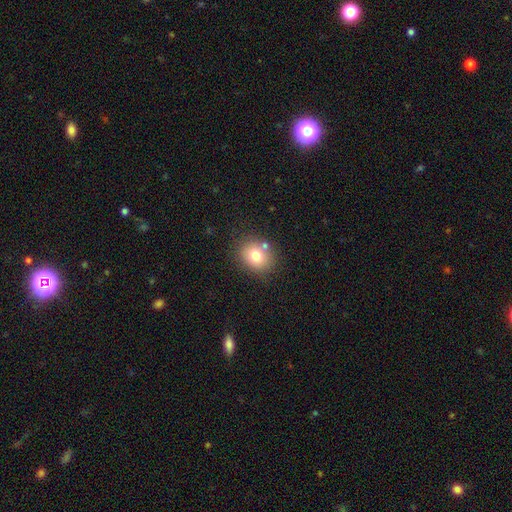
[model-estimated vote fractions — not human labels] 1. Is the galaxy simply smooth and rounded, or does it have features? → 76% smooth, 13% featured or disk, 12% star or artifact.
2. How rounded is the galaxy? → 61% round, 38% in between, 1% cigar-shaped.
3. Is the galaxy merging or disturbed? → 76% none, 12% minor disturbance, 9% merger, 4% major disturbance.